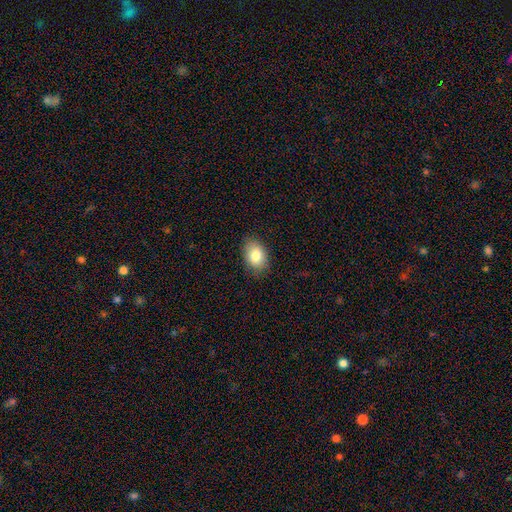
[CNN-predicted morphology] Smooth or featured?
  - smooth: 83% *
  - featured or disk: 10%
  - star or artifact: 8%
How rounded?
  - in between: 85% *
  - round: 14%
  - cigar-shaped: 1%
Merging?
  - none: 84% *
  - minor disturbance: 12%
  - major disturbance: 3%
  - merger: 1%